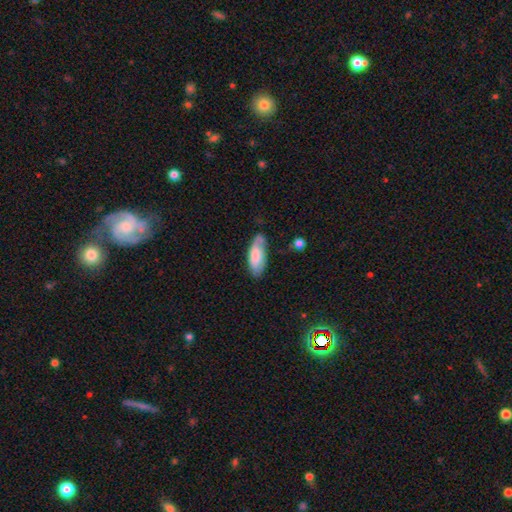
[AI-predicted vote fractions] smooth 73%, featured or disk 22%, star or artifact 6%. Down the decision tree: how rounded — in between (75%); merging — none (63%).